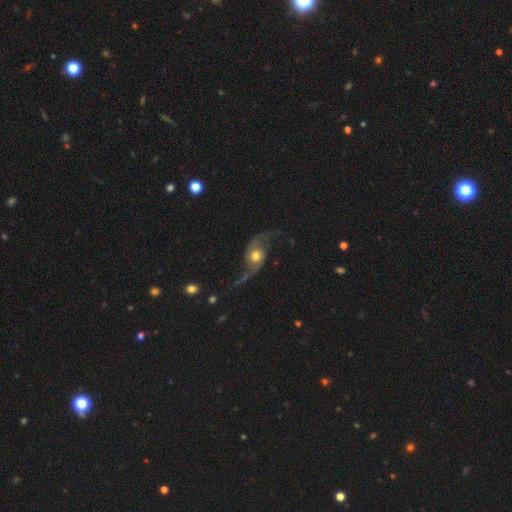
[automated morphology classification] This appears to be a featured or disk galaxy (85%) with no bar (72%), 2 (94%) loose (82%) spiral arms (95%) and a moderate central bulge (66%). Merging: none (64%).